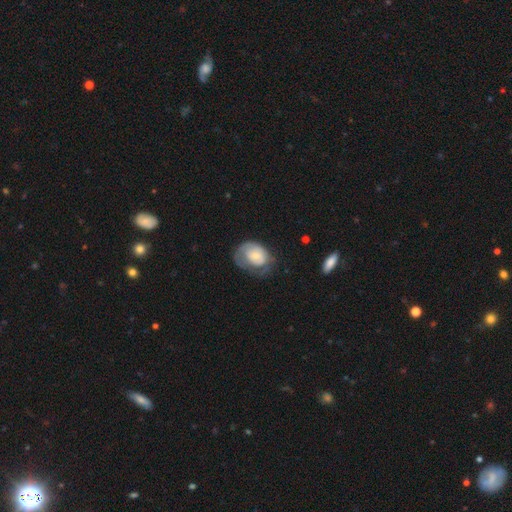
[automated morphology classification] This appears to be a smooth galaxy with no disk features (51%) that is in between round and cigar-shaped (66%). Merging: none (37%).